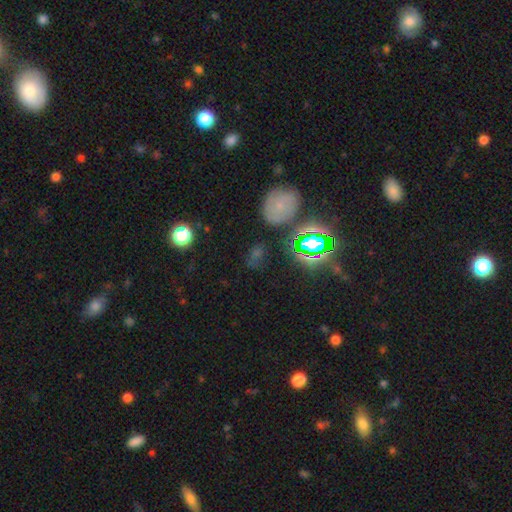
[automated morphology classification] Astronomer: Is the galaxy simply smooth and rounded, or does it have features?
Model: star or artifact — 50% (runner-up: smooth, 36%).